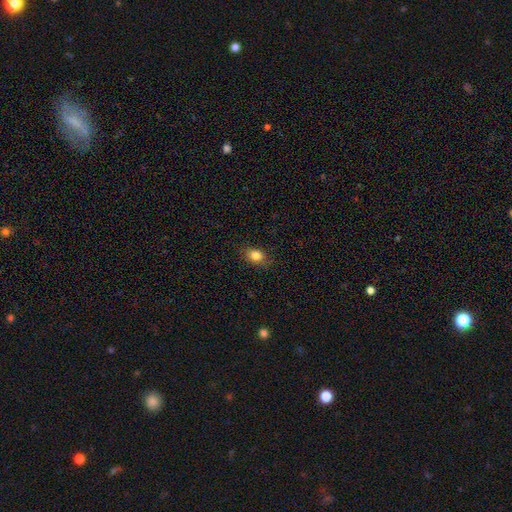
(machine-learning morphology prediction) Smooth or featured: smooth — 83% (star or artifact — 10%)
How rounded: in between — 69% (round — 29%)
Merging: none — 83% (minor disturbance — 13%)